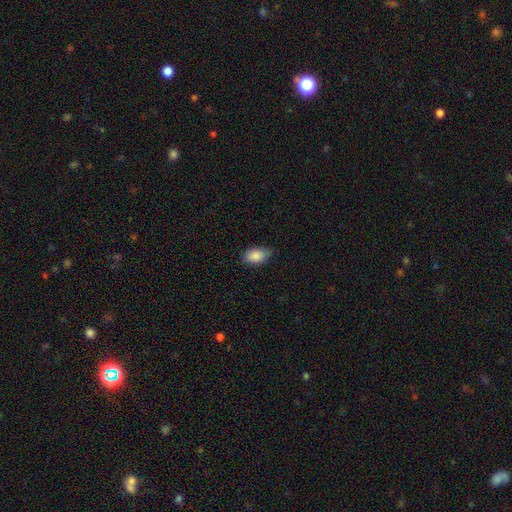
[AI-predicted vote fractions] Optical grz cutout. It shows a smooth galaxy with no disk features (88%) that is in between round and cigar-shaped (92%). Merging: none (77%).